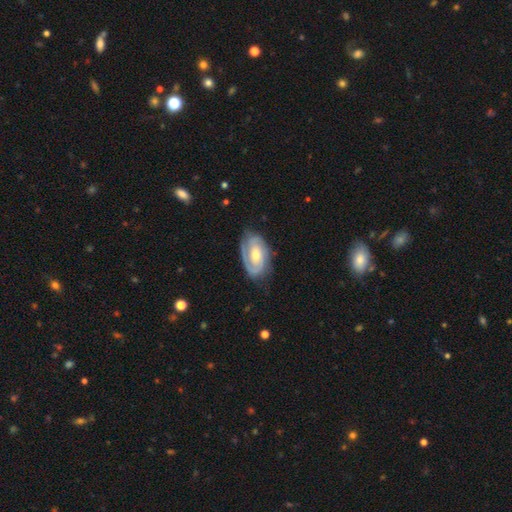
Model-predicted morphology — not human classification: A featured or disk galaxy (84%) with no bar (52%), 2 (70%) tight (63%) spiral arms (95%) and a moderate central bulge (60%). Merging: none (74%).